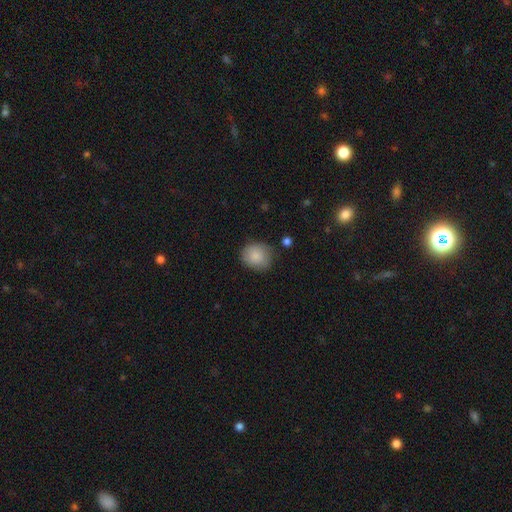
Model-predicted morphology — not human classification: This is clearly a smooth galaxy (85%). How rounded: likely round (71%). Merging: likely none (73%).